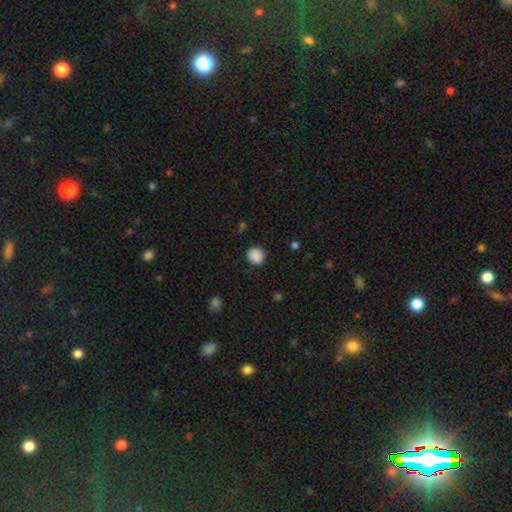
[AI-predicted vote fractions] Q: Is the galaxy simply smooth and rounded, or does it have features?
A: smooth — 87%.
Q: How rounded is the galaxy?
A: round — 88%.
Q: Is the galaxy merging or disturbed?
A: none — 85%.